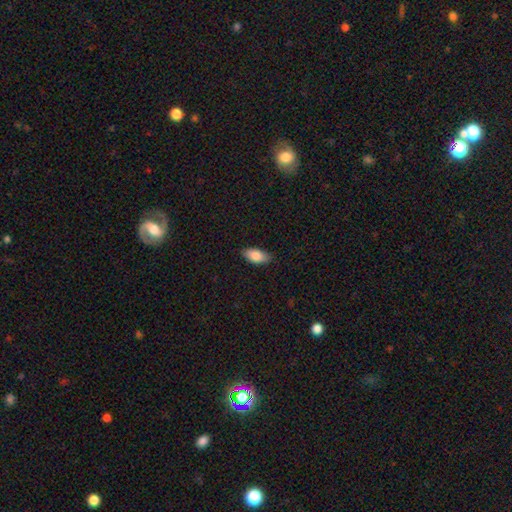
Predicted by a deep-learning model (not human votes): smooth-or-featured: smooth: 85% | featured or disk: 8% | star or artifact: 6%
  how-rounded: in between: 91% | cigar-shaped: 6% | round: 3%
  merging: none: 86% | minor disturbance: 11% | major disturbance: 2% | merger: 1%